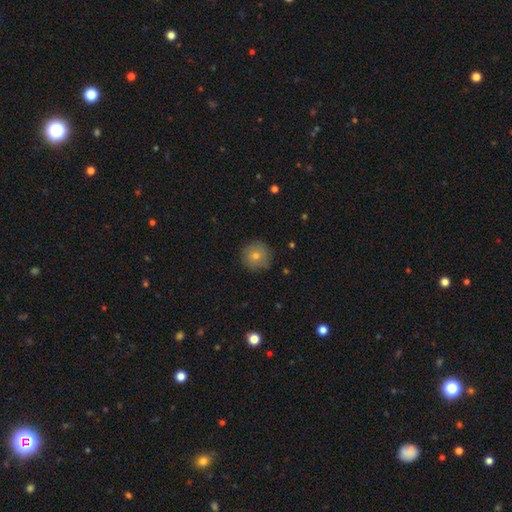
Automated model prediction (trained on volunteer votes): This is likely a smooth galaxy (69%). How rounded: clearly round (95%). Merging: clearly none (87%).